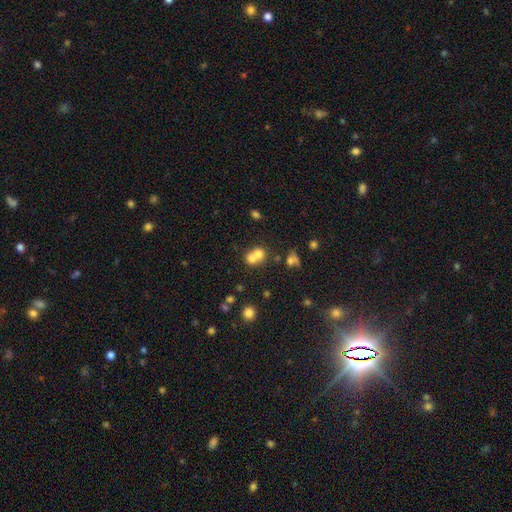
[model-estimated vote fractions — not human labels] Smooth or featured? smooth (68%)
How rounded? round (71%)
Merging? merger (66%)